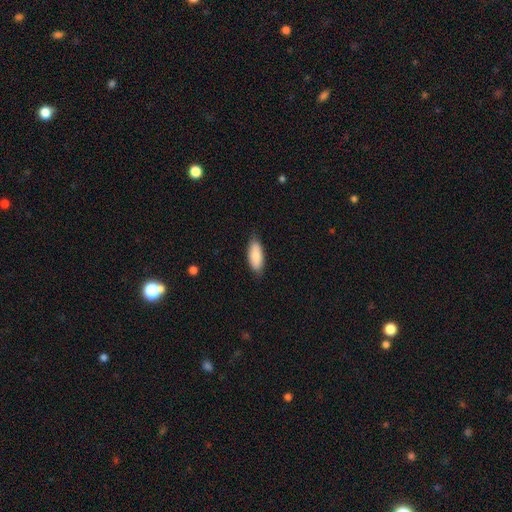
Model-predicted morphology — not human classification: type=smooth (86%); roundness=in between (83%); merging=none (83%).